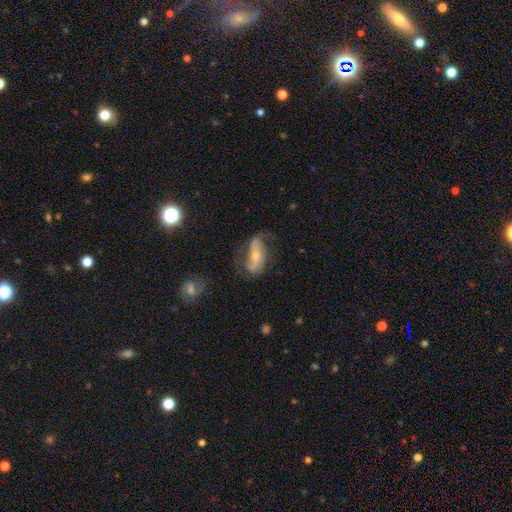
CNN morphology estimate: smooth_or_featured: featured or disk (p=0.65) [alt: smooth p=0.27]
disk_edge_on: no (p=0.88) [alt: yes p=0.12]
bar: strong (p=0.39) [alt: no p=0.33]
has_spiral_arms: yes (p=0.83) [alt: no p=0.17]
bulge_size: small (p=0.48) [alt: moderate p=0.45]
merging: none (p=0.58) [alt: minor disturbance p=0.24]